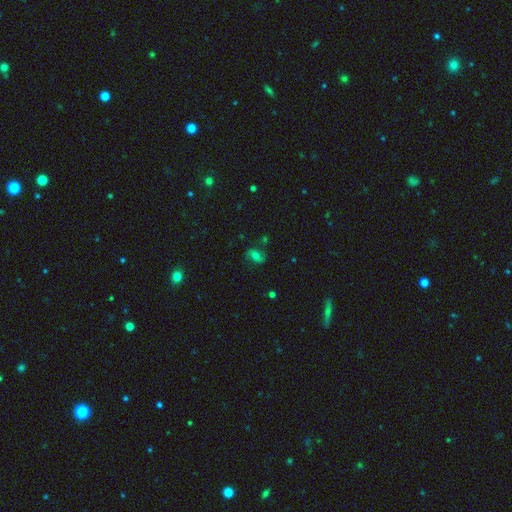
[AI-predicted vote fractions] smooth-or-featured: smooth: 47% | featured or disk: 35% | star or artifact: 18%
  merging: none: 71% | minor disturbance: 18% | major disturbance: 8% | merger: 3%